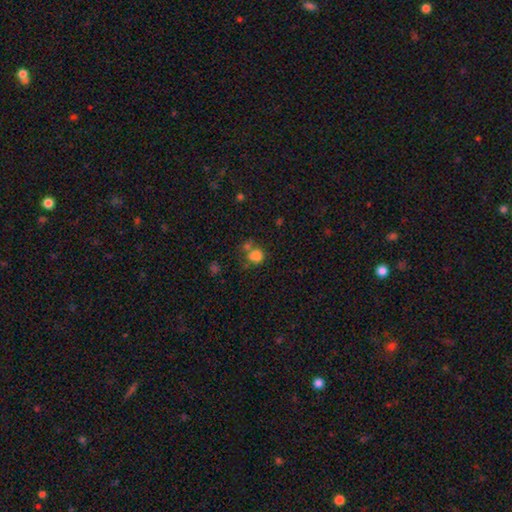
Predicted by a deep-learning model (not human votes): smooth_or_featured: smooth (p=0.79) [alt: star or artifact p=0.13]
how_rounded: round (p=0.73) [alt: in between p=0.26]
merging: none (p=0.46) [alt: merger p=0.31]